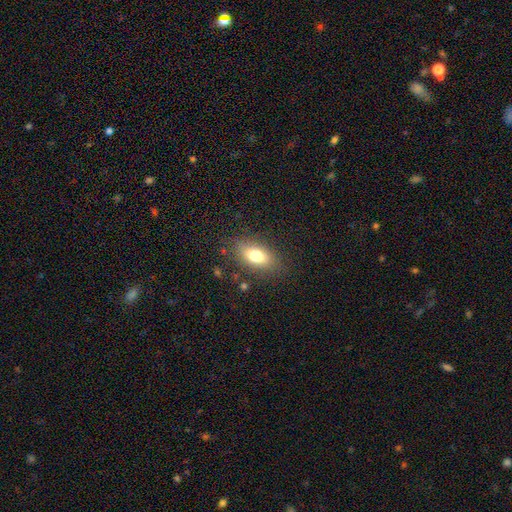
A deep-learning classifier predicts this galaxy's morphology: This appears to be a smooth galaxy with no disk features (75%) that is in between round and cigar-shaped (84%). Merging: none (82%).